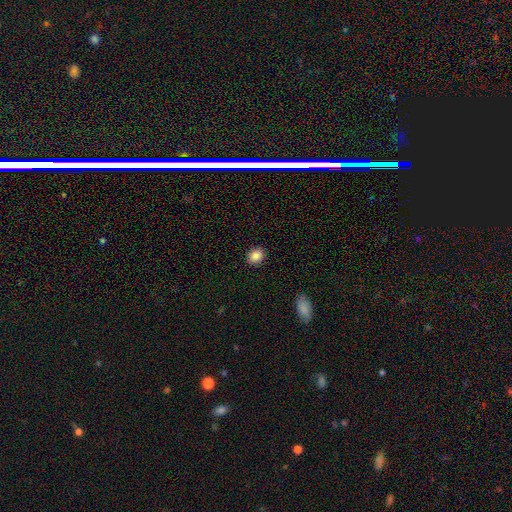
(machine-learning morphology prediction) smooth_or_featured: smooth (p=0.86) [alt: star or artifact p=0.09]
how_rounded: round (p=0.62) [alt: in between p=0.37]
merging: none (p=0.90) [alt: minor disturbance p=0.07]